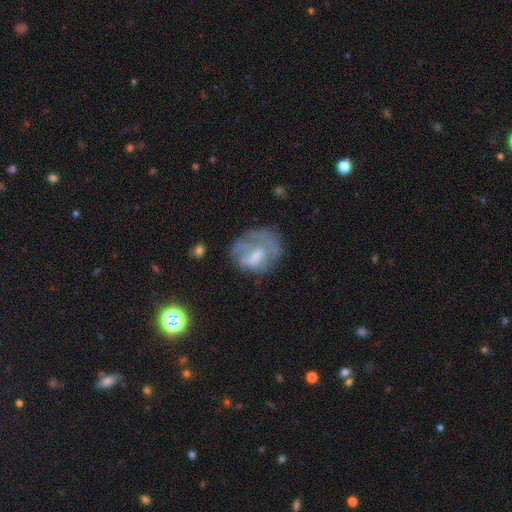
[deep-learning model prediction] featured or disk 49%, smooth 41%, star or artifact 10%. Down the decision tree: merging — none (41%).